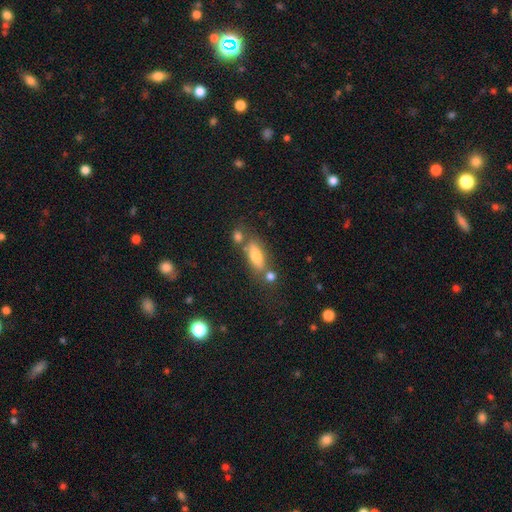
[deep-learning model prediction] smooth-or-featured: smooth: 68% | featured or disk: 23% | star or artifact: 9%
  how-rounded: in between: 65% | cigar-shaped: 31% | round: 4%
  merging: none: 60% | merger: 20% | minor disturbance: 15% | major disturbance: 5%